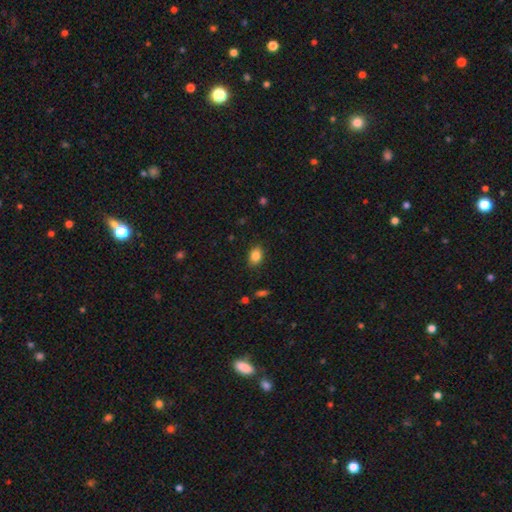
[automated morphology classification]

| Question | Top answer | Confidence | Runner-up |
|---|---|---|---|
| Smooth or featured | smooth | 84% | star or artifact (9%) |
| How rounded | in between | 75% | round (24%) |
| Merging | none | 87% | minor disturbance (10%) |